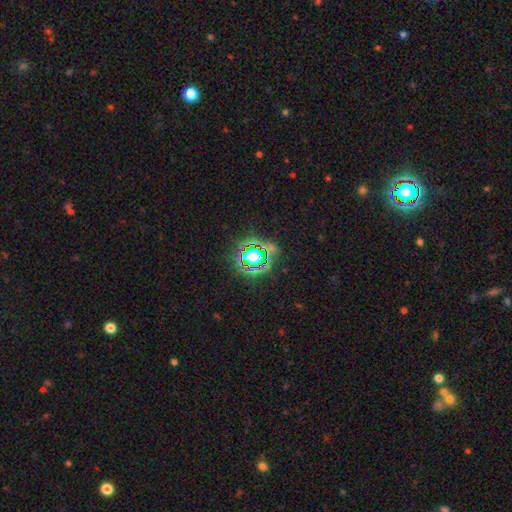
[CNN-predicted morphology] This is likely a star or artifact rather than a galaxy (72%).